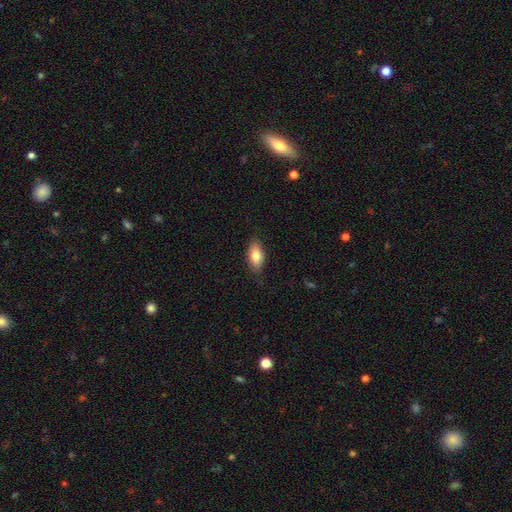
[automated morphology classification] Smooth or featured? Predicted: smooth (p=0.81). How rounded? Predicted: in between (p=0.88). Merging? Predicted: none (p=0.82).